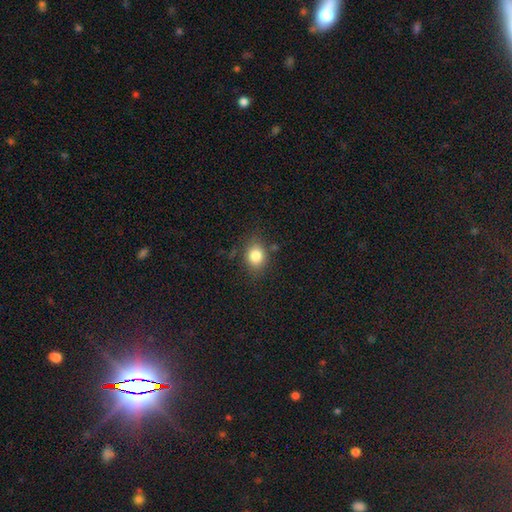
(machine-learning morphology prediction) smooth-or-featured: smooth: 82% | star or artifact: 11% | featured or disk: 7%
  how-rounded: round: 58% | in between: 41% | cigar-shaped: 1%
  merging: none: 77% | minor disturbance: 15% | major disturbance: 4% | merger: 3%